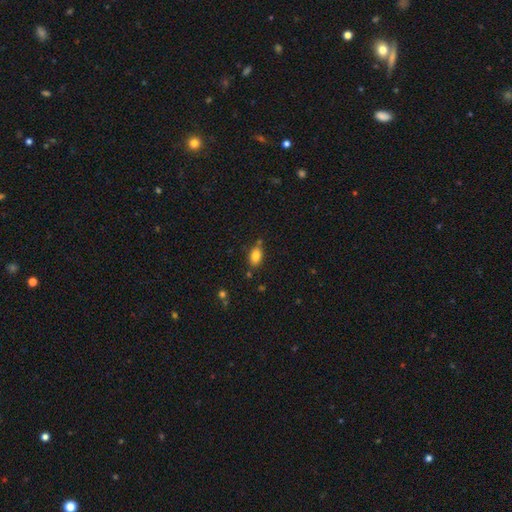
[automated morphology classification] Smooth or featured: smooth — 82% (star or artifact — 9%)
How rounded: in between — 84% (round — 12%)
Merging: none — 73% (minor disturbance — 18%)